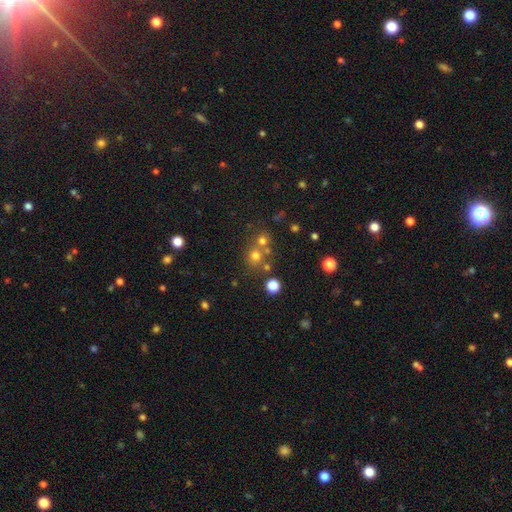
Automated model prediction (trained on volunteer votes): smooth-or-featured: smooth: 67% | star or artifact: 21% | featured or disk: 12%
  how-rounded: round: 87% | in between: 12% | cigar-shaped: 1%
  merging: none: 57% | merger: 32% | minor disturbance: 7% | major disturbance: 4%